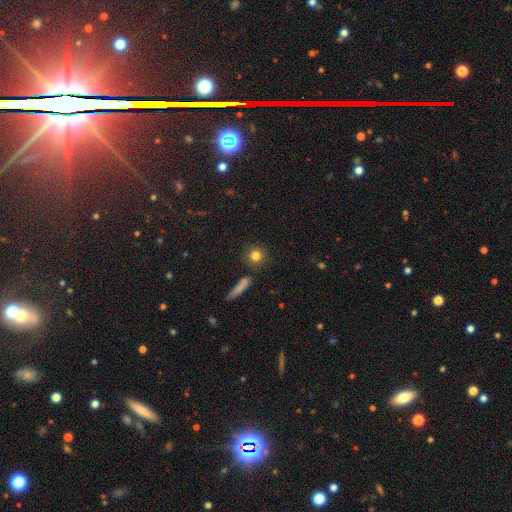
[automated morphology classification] A smooth galaxy with no disk features (81%) that is round (88%). Merging: none (84%).